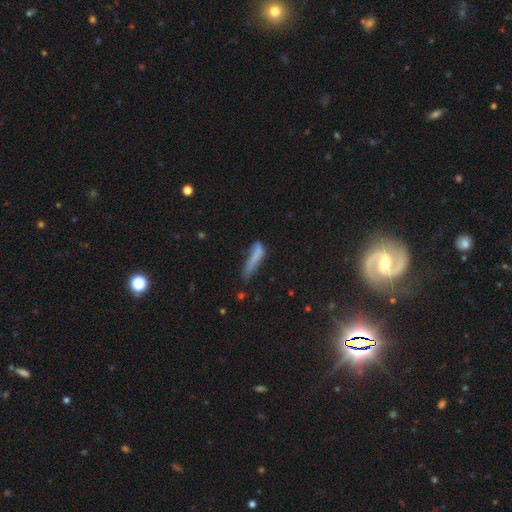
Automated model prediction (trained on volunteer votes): Q: Smooth or featured?
A: smooth (73%); runner-up: featured or disk (17%)
Q: How rounded?
A: cigar-shaped (81%); runner-up: in between (17%)
Q: Merging?
A: none (40%); runner-up: minor disturbance (31%)